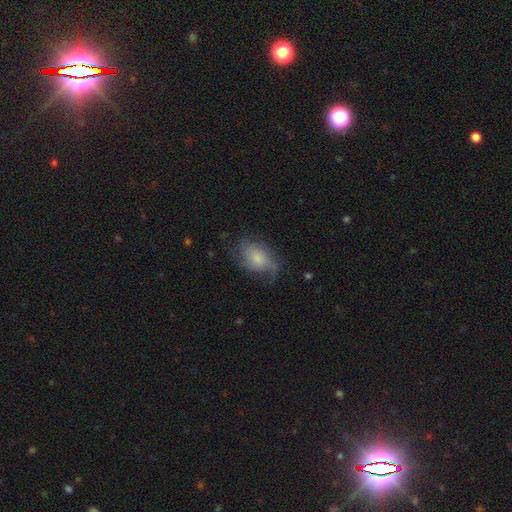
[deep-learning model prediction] This is possibly a featured or disk galaxy (48%). Merging: possibly none (57%).